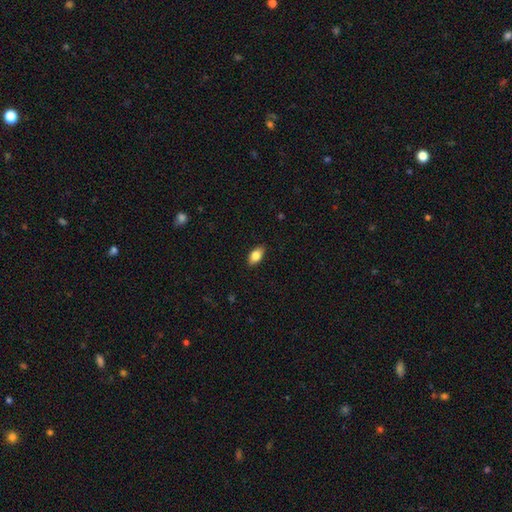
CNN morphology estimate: This is clearly a smooth galaxy (83%). How rounded: clearly in between (91%). Merging: clearly none (88%).